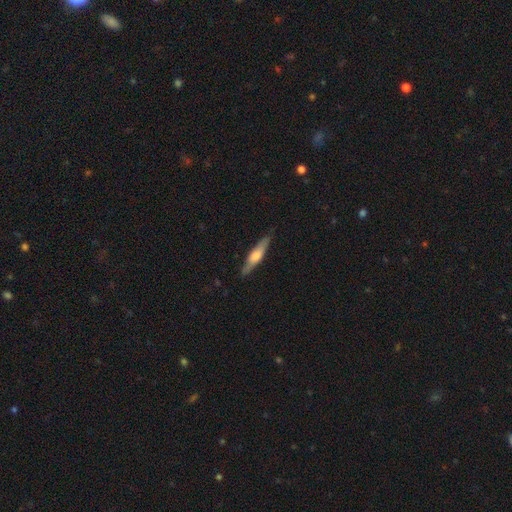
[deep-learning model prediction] The model was most divided on "smooth or featured": featured or disk: 56%, smooth: 39%, star or artifact: 5%. More confident: edge-on disk — yes (94%); merging — none (86%); edge-on bulge — rounded (80%).